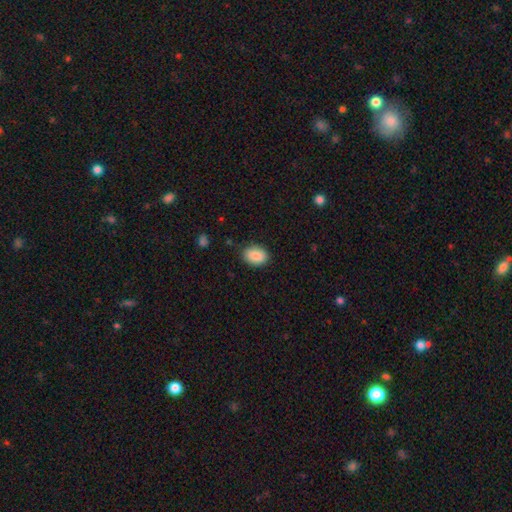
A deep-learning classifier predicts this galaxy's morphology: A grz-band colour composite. It shows a smooth galaxy with no disk features (88%) that is in between round and cigar-shaped (82%). Merging: none (83%).